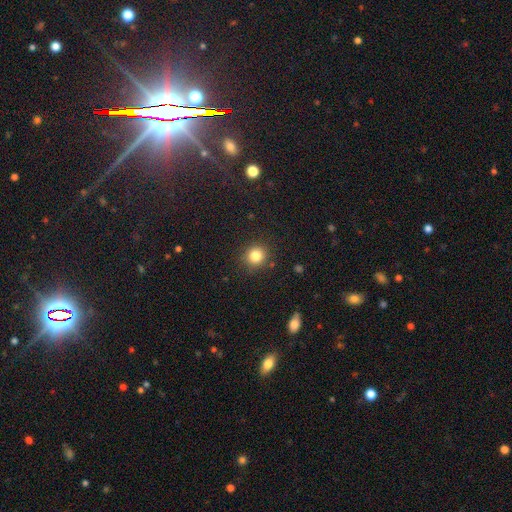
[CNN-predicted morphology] Smooth or featured? Predicted: smooth (p=0.83). How rounded? Predicted: round (p=0.89). Merging? Predicted: none (p=0.88).